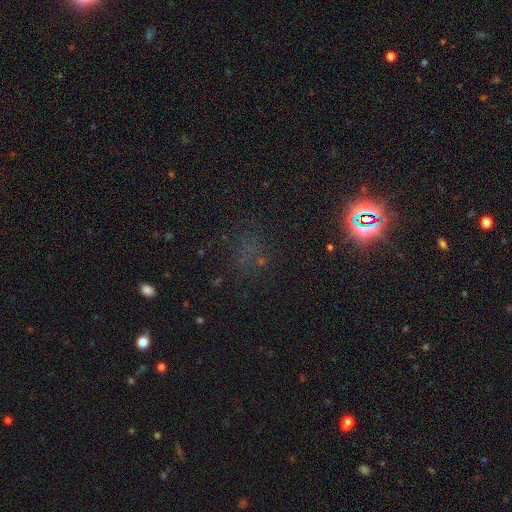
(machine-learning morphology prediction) smooth-or-featured: star or artifact: 60% | smooth: 29% | featured or disk: 12%